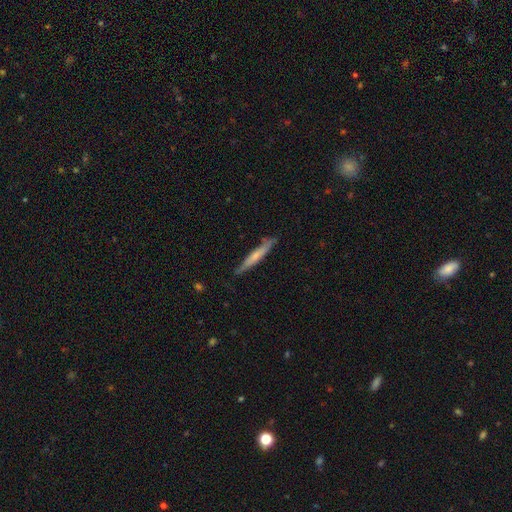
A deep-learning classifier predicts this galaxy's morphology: This appears to be a smooth galaxy with no disk features (53%) that is cigar-shaped (95%). Merging: none (82%).